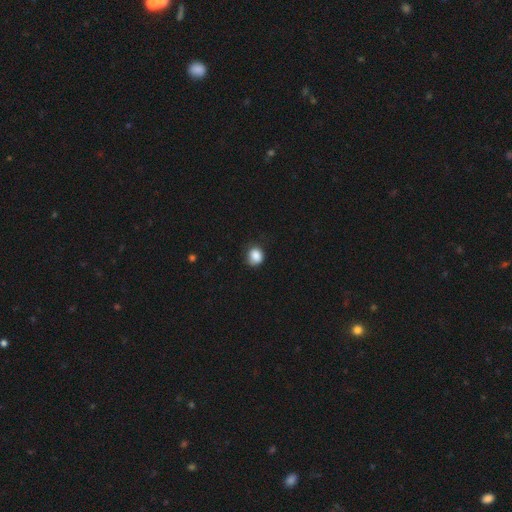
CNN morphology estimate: smooth_or_featured: smooth (p=0.87) [alt: star or artifact p=0.09]
how_rounded: round (p=0.72) [alt: in between p=0.27]
merging: none (p=0.67) [alt: minor disturbance p=0.26]